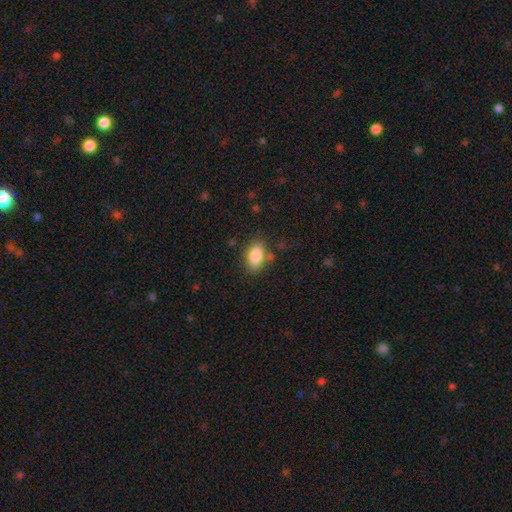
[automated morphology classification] type=smooth (85%); roundness=in between (89%); merging=none (77%).